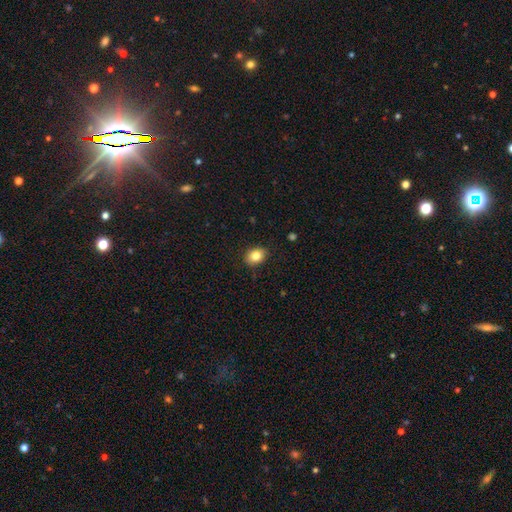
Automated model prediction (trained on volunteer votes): This appears to be a smooth galaxy with no disk features (83%) that is in between round and cigar-shaped (64%). Merging: none (87%).